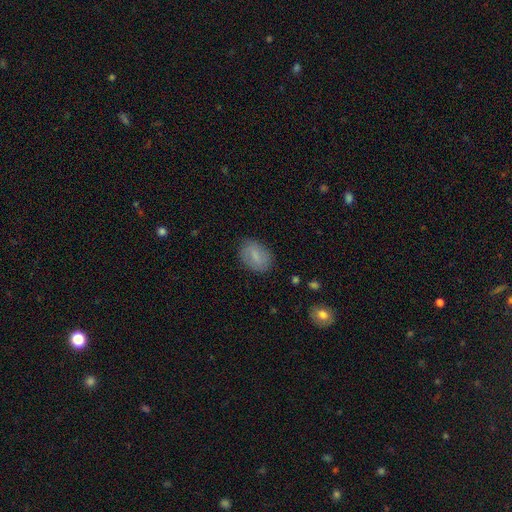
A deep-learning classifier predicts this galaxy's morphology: Smooth or featured?
  - smooth: 71% *
  - featured or disk: 21%
  - star or artifact: 8%
How rounded?
  - in between: 76% *
  - round: 22%
  - cigar-shaped: 2%
Merging?
  - none: 82% *
  - minor disturbance: 13%
  - major disturbance: 4%
  - merger: 1%